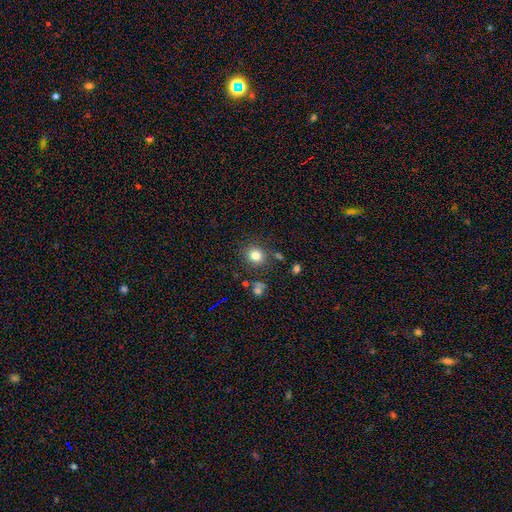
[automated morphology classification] smooth 81%, star or artifact 12%, featured or disk 7%. Down the decision tree: how rounded — round (82%); merging — none (81%).